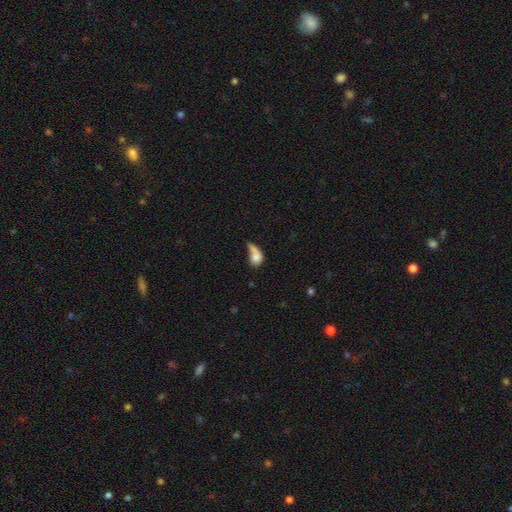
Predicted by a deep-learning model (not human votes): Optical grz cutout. It shows a smooth galaxy with no disk features (69%) that is in between round and cigar-shaped (68%). Merging: major disturbance (31%).